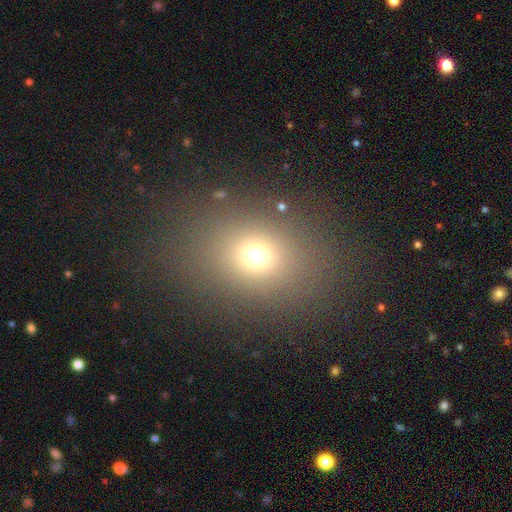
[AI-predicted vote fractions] Q: Smooth or featured?
A: smooth (69%); runner-up: star or artifact (21%)
Q: How rounded?
A: round (52%); runner-up: in between (46%)
Q: Merging?
A: none (83%); runner-up: minor disturbance (9%)